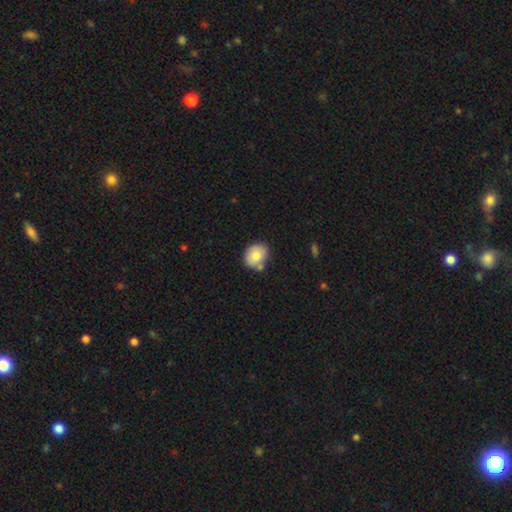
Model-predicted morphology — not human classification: A smooth galaxy with no disk features (78%) that is round (59%).

Vote fractions:
- Smooth or featured? smooth: 78% / featured or disk: 14% / star or artifact: 8%
- How rounded? round: 59% / in between: 40% / cigar-shaped: 1%
- Merging? none: 64% / minor disturbance: 20% / merger: 12% / major disturbance: 4%